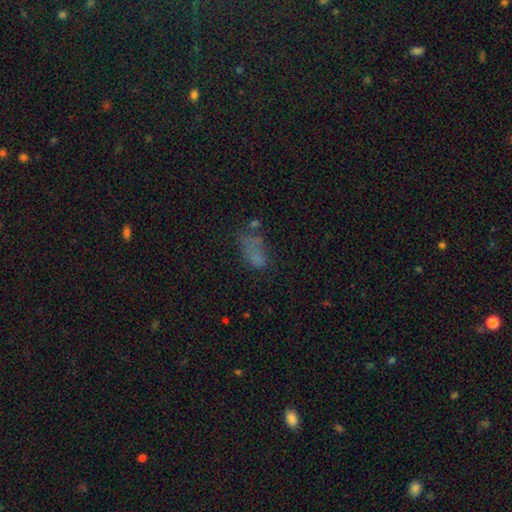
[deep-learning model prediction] Smooth or featured? smooth (59%)
How rounded? in between (86%)
Merging? none (34%)